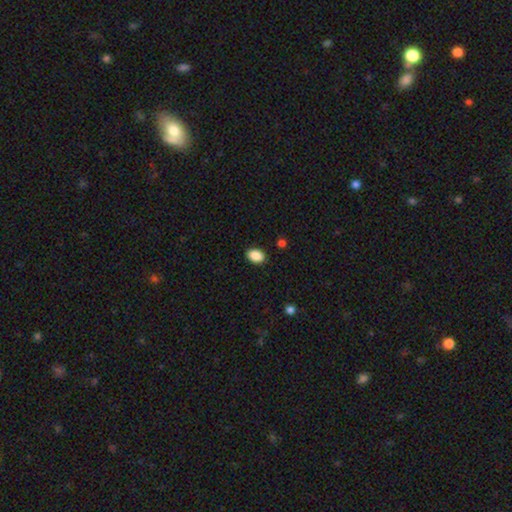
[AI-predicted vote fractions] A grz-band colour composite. It shows a smooth galaxy with no disk features (89%) that is in between round and cigar-shaped (85%). Merging: none (89%).